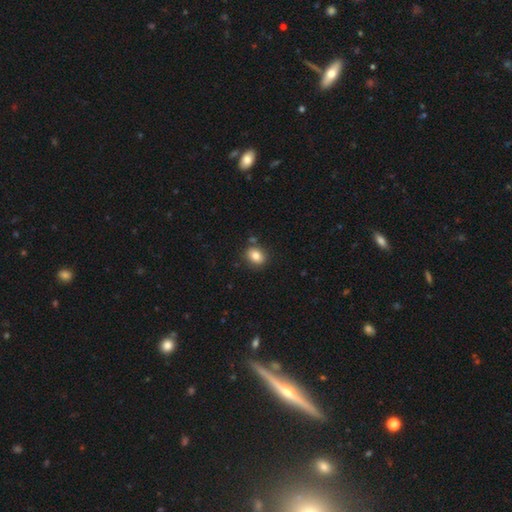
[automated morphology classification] smooth-or-featured: smooth: 83% | star or artifact: 10% | featured or disk: 8%
  how-rounded: round: 50% | in between: 49% | cigar-shaped: 1%
  merging: none: 82% | minor disturbance: 10% | merger: 5% | major disturbance: 3%